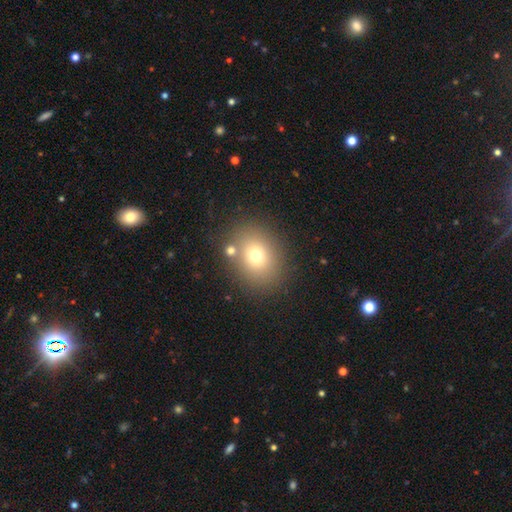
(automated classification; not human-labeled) Smooth or featured? Predicted: smooth (p=0.72). How rounded? Predicted: round (p=0.56). Merging? Predicted: none (p=0.78).